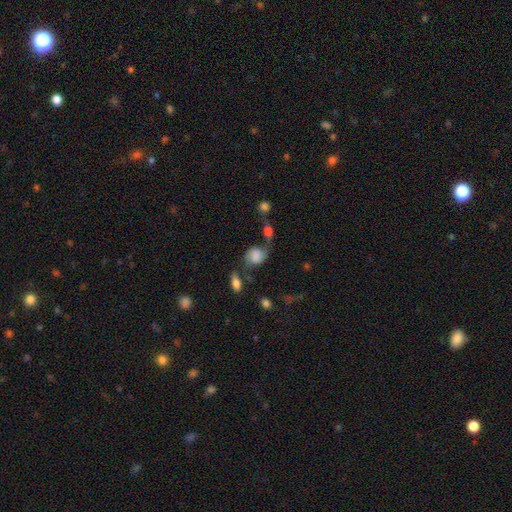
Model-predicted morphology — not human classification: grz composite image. It shows a smooth galaxy with no disk features (55%) that is round (50%). Merging: none (46%).